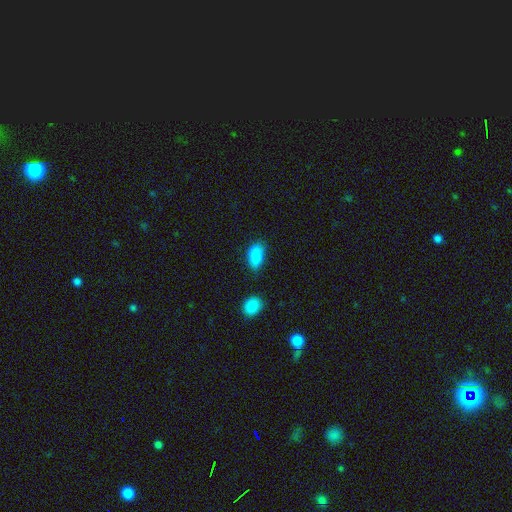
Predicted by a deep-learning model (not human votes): This is clearly a smooth galaxy (87%). How rounded: clearly in between (92%). Merging: likely none (65%).